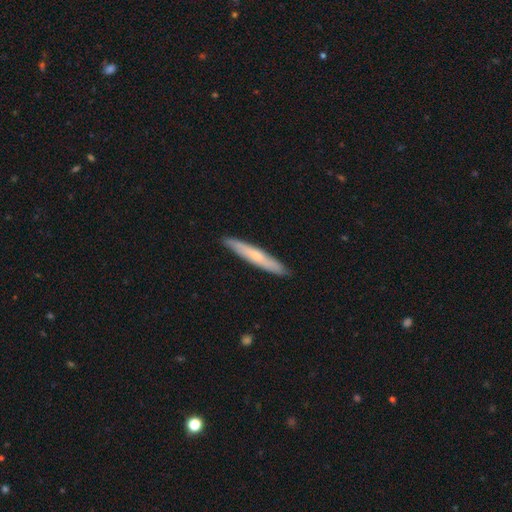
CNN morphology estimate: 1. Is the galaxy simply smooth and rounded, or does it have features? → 50% smooth, 44% featured or disk, 6% star or artifact.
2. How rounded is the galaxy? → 94% cigar-shaped, 5% in between, 1% round.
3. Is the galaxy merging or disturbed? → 89% none, 8% minor disturbance, 1% major disturbance, 1% merger.